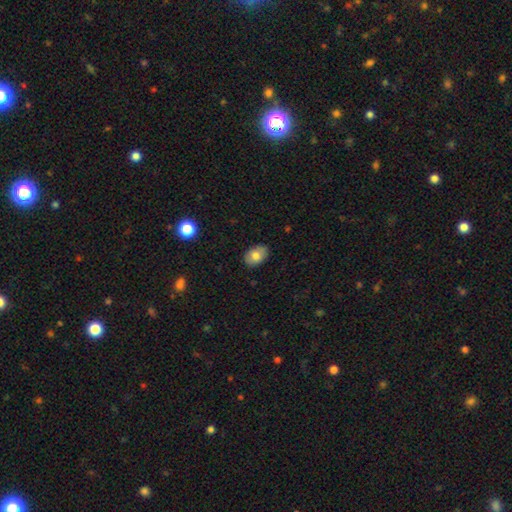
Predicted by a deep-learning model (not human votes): Smooth or featured?
  - smooth: 75% *
  - featured or disk: 17%
  - star or artifact: 8%
How rounded?
  - in between: 82% *
  - round: 17%
  - cigar-shaped: 1%
Merging?
  - none: 83% *
  - minor disturbance: 13%
  - major disturbance: 2%
  - merger: 1%